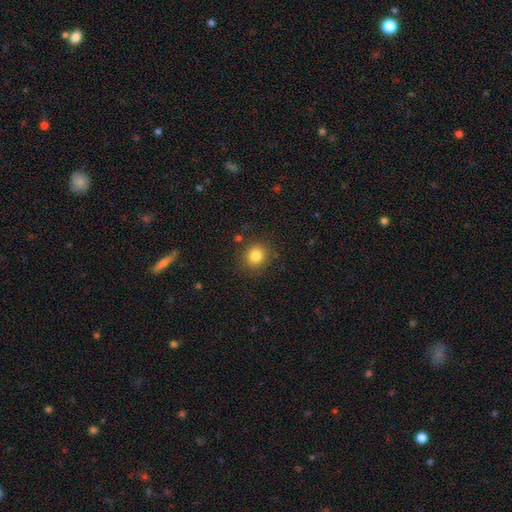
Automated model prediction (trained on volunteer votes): Smooth or featured?
  - smooth: 82% *
  - star or artifact: 12%
  - featured or disk: 6%
How rounded?
  - round: 86% *
  - in between: 14%
  - cigar-shaped: 1%
Merging?
  - none: 86% *
  - minor disturbance: 8%
  - major disturbance: 3%
  - merger: 2%